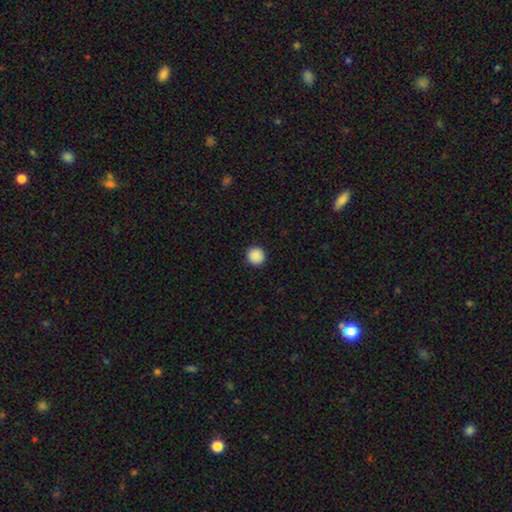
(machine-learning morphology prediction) Smooth or featured? smooth (89%)
How rounded? round (94%)
Merging? none (93%)